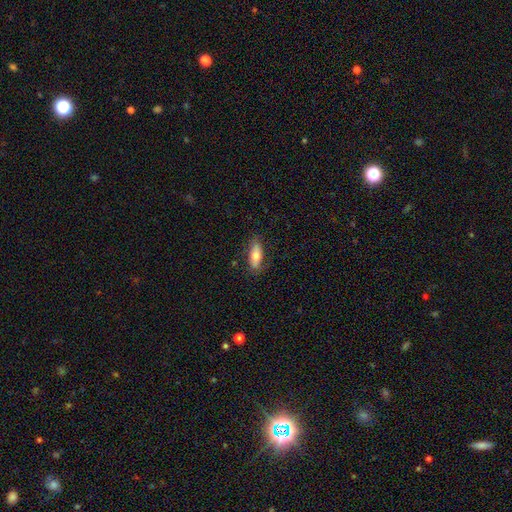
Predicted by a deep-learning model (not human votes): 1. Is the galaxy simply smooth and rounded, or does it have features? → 70% smooth, 23% featured or disk, 6% star or artifact.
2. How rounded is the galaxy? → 76% in between, 22% cigar-shaped, 3% round.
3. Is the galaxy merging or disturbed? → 78% none, 16% minor disturbance, 4% major disturbance, 1% merger.